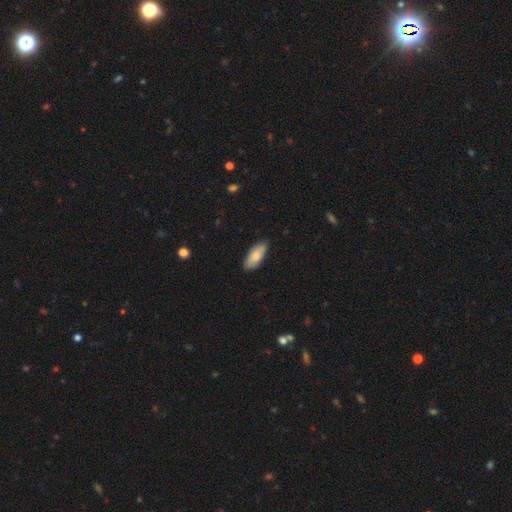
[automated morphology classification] Q: Smooth or featured?
A: smooth (79%); runner-up: featured or disk (15%)
Q: How rounded?
A: in between (85%); runner-up: cigar-shaped (13%)
Q: Merging?
A: none (85%); runner-up: minor disturbance (12%)